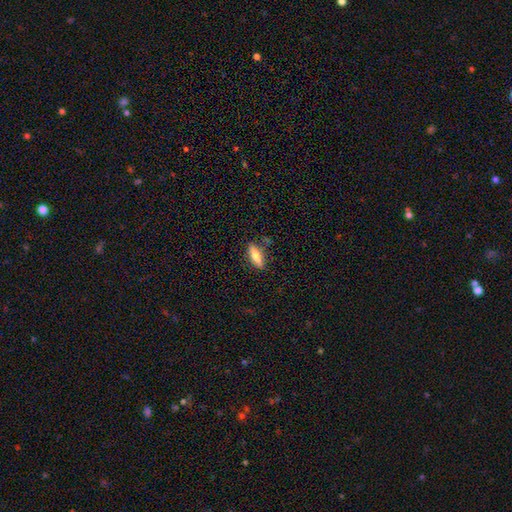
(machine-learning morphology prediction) Smooth or featured? Predicted: smooth (p=0.64). How rounded? Predicted: cigar-shaped (p=0.51). Merging? Predicted: none (p=0.79).